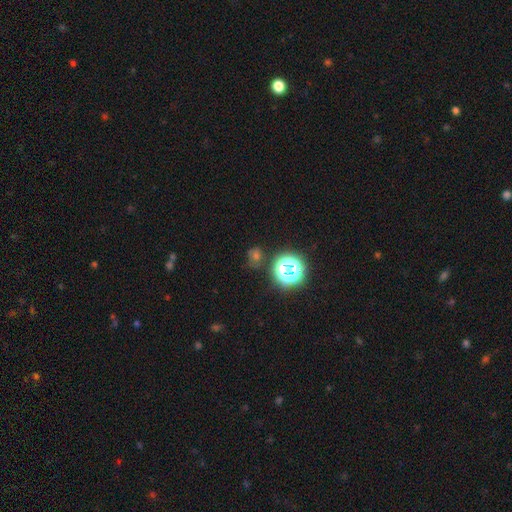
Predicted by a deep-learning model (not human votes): The model was most divided on "smooth or featured": star or artifact: 48%, smooth: 42%, featured or disk: 10%.